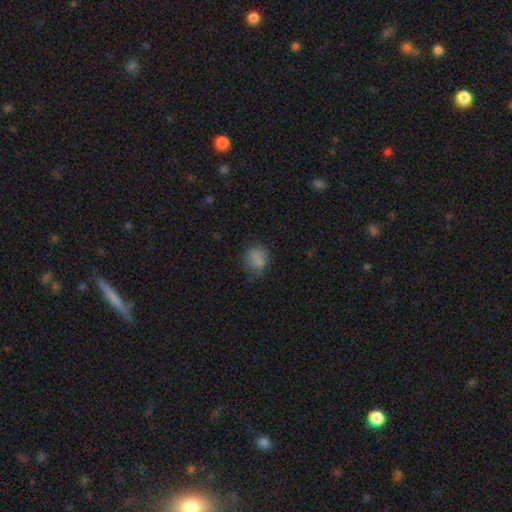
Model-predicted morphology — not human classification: Overall: smooth (75%). How rounded: round (70%). Merging: none (63%).